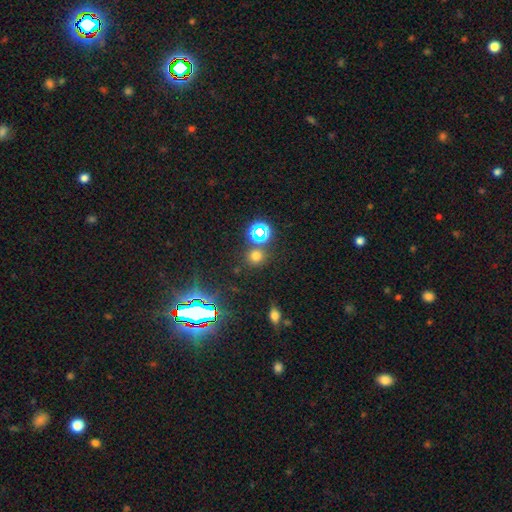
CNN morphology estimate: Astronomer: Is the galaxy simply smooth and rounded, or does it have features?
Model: smooth — 61%.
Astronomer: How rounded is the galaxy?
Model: round — 88%.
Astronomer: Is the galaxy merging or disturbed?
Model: none — 78%.